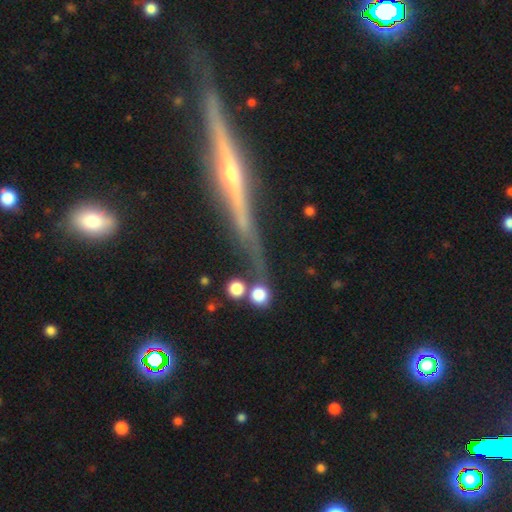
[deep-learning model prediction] Q: Smooth or featured?
A: featured or disk (84%); runner-up: smooth (8%)
Q: Edge-on disk?
A: yes (97%); runner-up: no (3%)
Q: Edge-on bulge?
A: rounded (77%); runner-up: none (17%)
Q: Merging?
A: none (81%); runner-up: minor disturbance (12%)